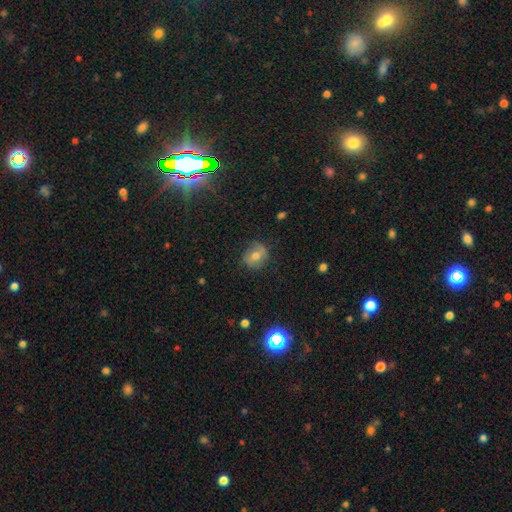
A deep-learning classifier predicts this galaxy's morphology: Overall: smooth (62%; featured or disk 28%). How rounded: round (72%). Merging: none (77%).